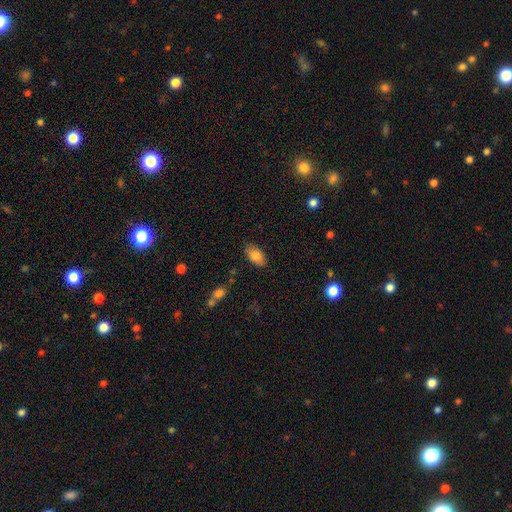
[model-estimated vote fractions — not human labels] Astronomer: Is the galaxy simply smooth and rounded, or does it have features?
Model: smooth — 83%.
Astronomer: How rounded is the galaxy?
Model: in between — 93%.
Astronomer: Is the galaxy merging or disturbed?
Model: none — 81%.